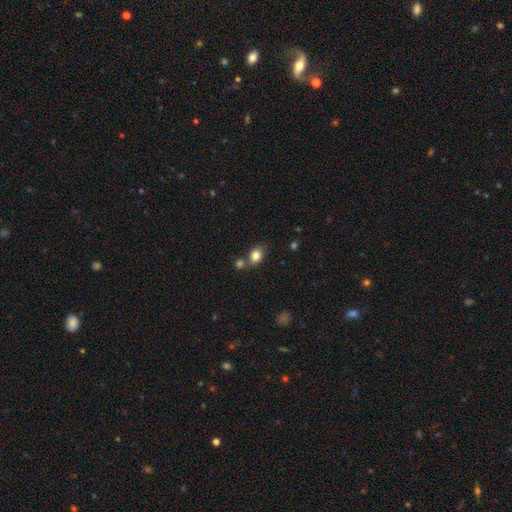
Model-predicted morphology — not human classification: smooth_or_featured: smooth (p=0.84) [alt: star or artifact p=0.09]
how_rounded: in between (p=0.59) [alt: round p=0.40]
merging: none (p=0.60) [alt: merger p=0.23]